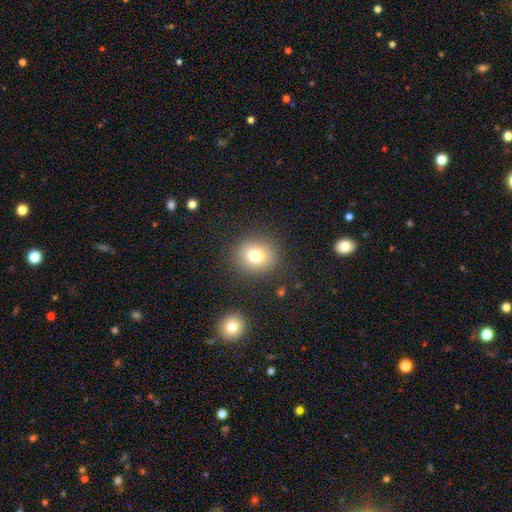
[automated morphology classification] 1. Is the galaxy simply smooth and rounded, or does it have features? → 76% smooth, 13% star or artifact, 11% featured or disk.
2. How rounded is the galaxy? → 85% round, 14% in between, 1% cigar-shaped.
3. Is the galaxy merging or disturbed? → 86% none, 8% minor disturbance, 4% major disturbance, 2% merger.